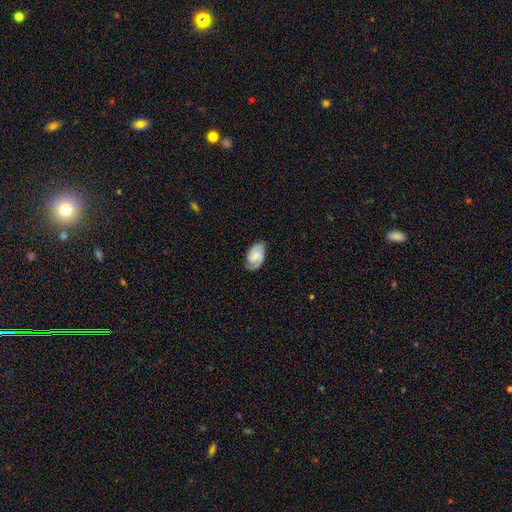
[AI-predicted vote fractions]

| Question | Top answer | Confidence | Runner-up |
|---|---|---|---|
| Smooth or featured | featured or disk | 69% | smooth (24%) |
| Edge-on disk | no | 97% | yes (3%) |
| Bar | weak | 44% | no (43%) |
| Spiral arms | yes | 95% | no (5%) |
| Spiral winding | medium | 44% | tight (43%) |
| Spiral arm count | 2 | 78% | 1 (10%) |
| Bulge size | none | 36% | small (35%) |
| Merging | none | 75% | minor disturbance (18%) |